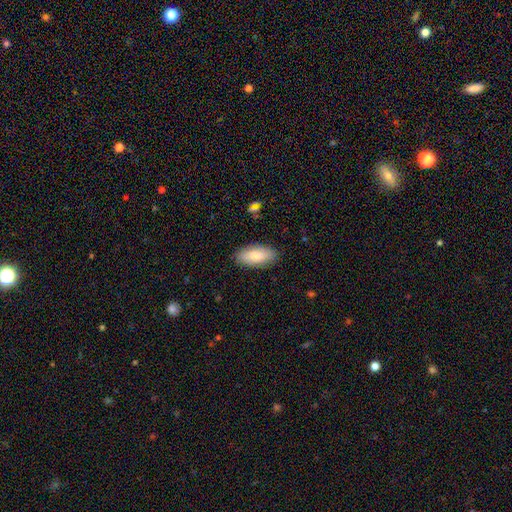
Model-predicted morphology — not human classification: A smooth galaxy with no disk features (80%) that is in between round and cigar-shaped (89%).

Vote fractions:
- Smooth or featured? smooth: 80% / featured or disk: 14% / star or artifact: 6%
- How rounded? in between: 89% / cigar-shaped: 9% / round: 2%
- Merging? none: 86% / minor disturbance: 10% / major disturbance: 2% / merger: 1%